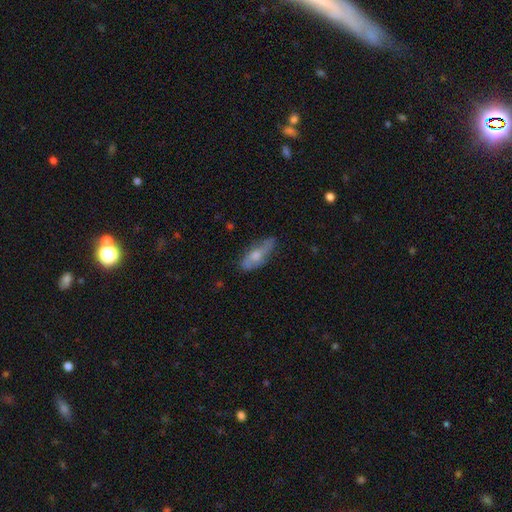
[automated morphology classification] Smooth or featured? smooth (48%)
Merging? none (72%)